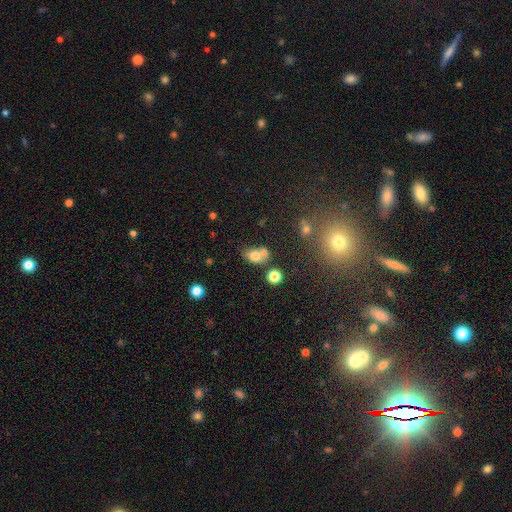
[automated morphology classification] Smooth or featured? smooth (74%)
How rounded? in between (62%)
Merging? merger (46%)